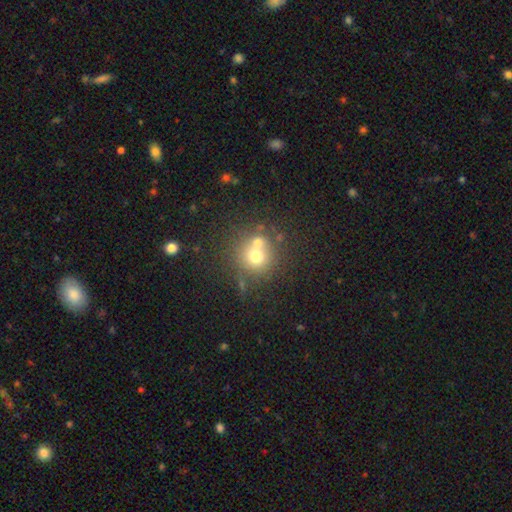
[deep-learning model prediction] The model was most divided on "merging": none: 50%, merger: 38%, minor disturbance: 9%, major disturbance: 4%. More confident: how rounded — round (89%); smooth or featured — smooth (68%).